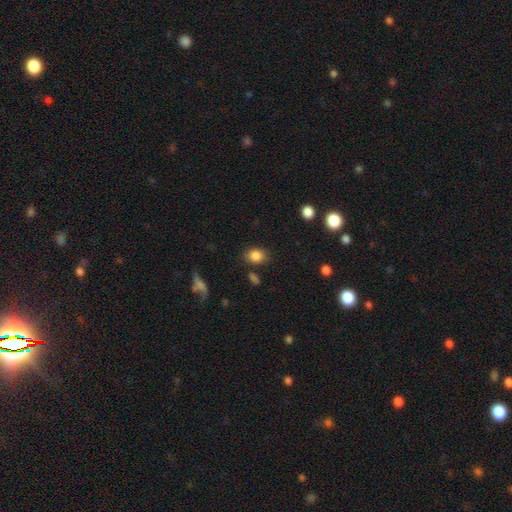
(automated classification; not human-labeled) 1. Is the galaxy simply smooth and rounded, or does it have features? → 84% smooth, 10% star or artifact, 6% featured or disk.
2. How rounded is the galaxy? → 57% in between, 42% round, 1% cigar-shaped.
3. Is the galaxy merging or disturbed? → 78% none, 14% minor disturbance, 4% merger, 4% major disturbance.